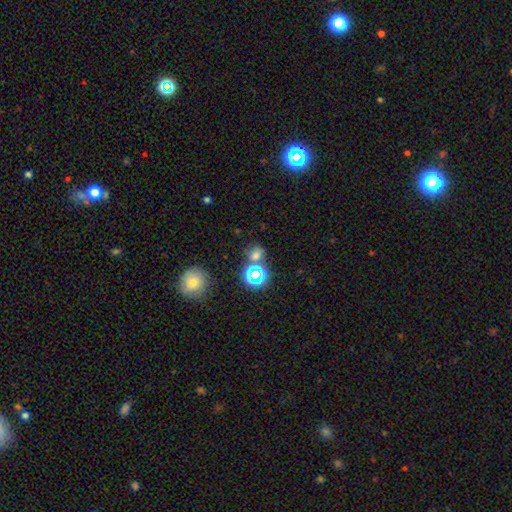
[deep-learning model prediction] This appears to be a smooth galaxy with no disk features (55%) that is round (68%). Merging: none (66%).